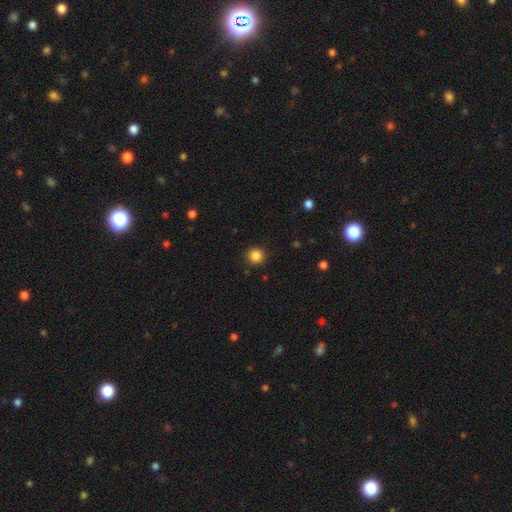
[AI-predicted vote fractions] Q: Smooth or featured?
A: smooth (86%); runner-up: star or artifact (11%)
Q: How rounded?
A: round (94%); runner-up: in between (5%)
Q: Merging?
A: none (90%); runner-up: minor disturbance (6%)